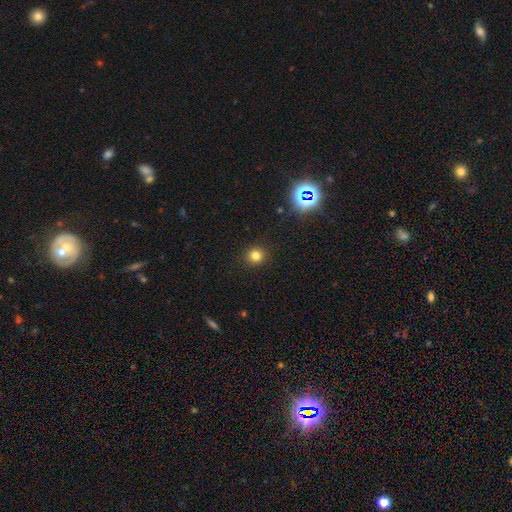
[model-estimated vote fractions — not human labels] Smooth or featured?
  - smooth: 79% *
  - star or artifact: 16%
  - featured or disk: 6%
How rounded?
  - round: 89% *
  - in between: 10%
  - cigar-shaped: 1%
Merging?
  - none: 91% *
  - minor disturbance: 6%
  - major disturbance: 2%
  - merger: 1%